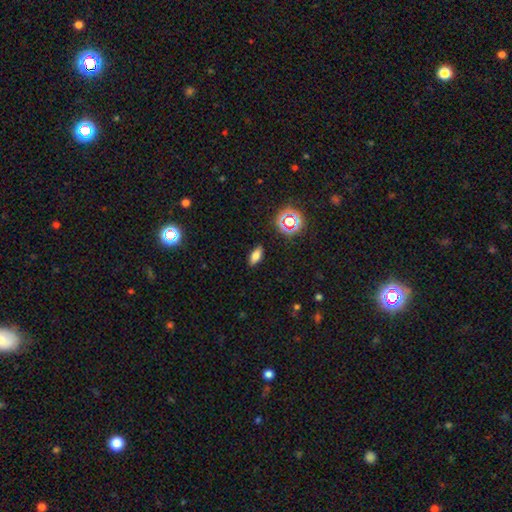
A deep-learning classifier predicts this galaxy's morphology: smooth 74%, star or artifact 15%, featured or disk 10%. Down the decision tree: how rounded — in between (83%); merging — none (88%).